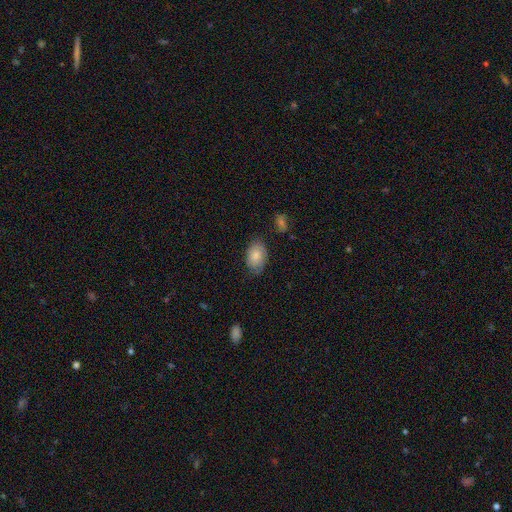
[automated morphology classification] A smooth galaxy with no disk features (75%) that is in between round and cigar-shaped (88%). Merging: none (72%).